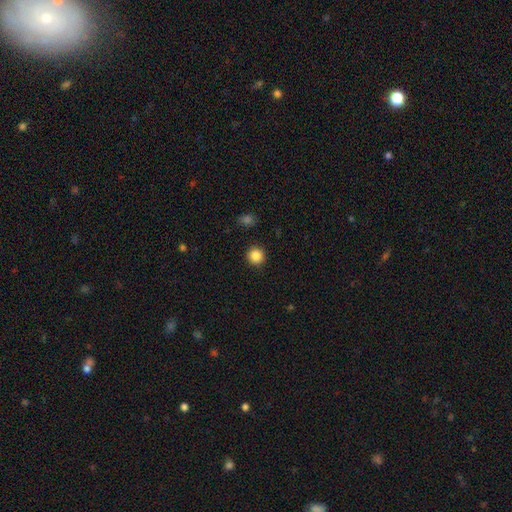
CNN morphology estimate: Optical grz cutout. It shows a smooth galaxy with no disk features (86%) that is round (94%). Merging: none (92%).